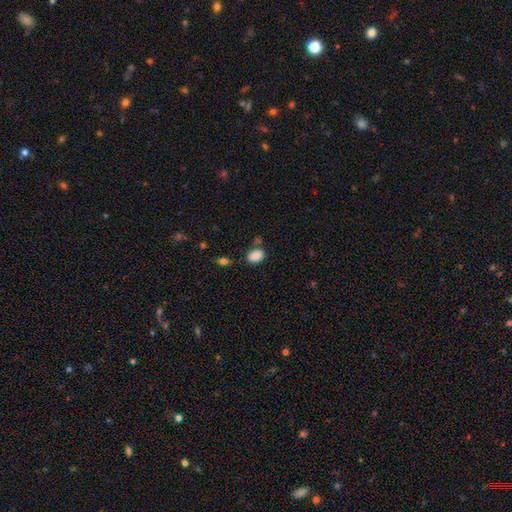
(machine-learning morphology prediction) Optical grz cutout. It shows a smooth galaxy with no disk features (87%) that is in between round and cigar-shaped (78%). Merging: none (67%).